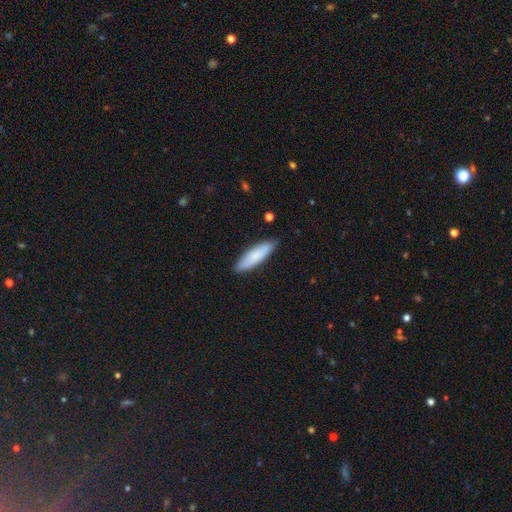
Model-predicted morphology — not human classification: A smooth galaxy with no disk features (83%) that is cigar-shaped (62%). Merging: none (87%).